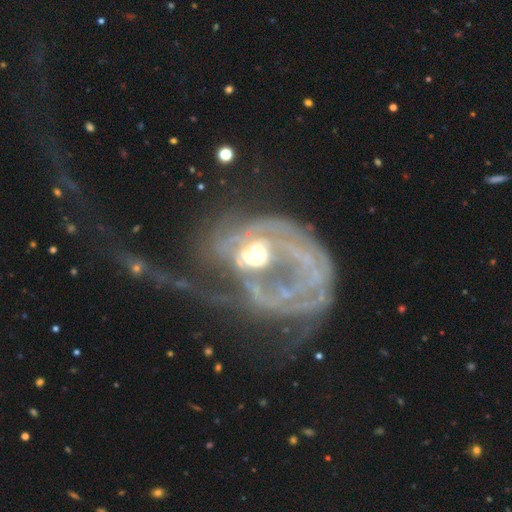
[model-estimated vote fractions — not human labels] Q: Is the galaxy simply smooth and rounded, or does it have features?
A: featured or disk — 80%.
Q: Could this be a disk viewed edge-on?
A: no — 97%.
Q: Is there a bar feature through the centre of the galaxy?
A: no — 68%.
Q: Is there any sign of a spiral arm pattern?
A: yes — 68%.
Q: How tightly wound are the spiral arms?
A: loose — 37%.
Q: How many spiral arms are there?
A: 1 — 38%.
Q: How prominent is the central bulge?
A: moderate — 62%.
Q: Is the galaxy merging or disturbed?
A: major disturbance — 61%.